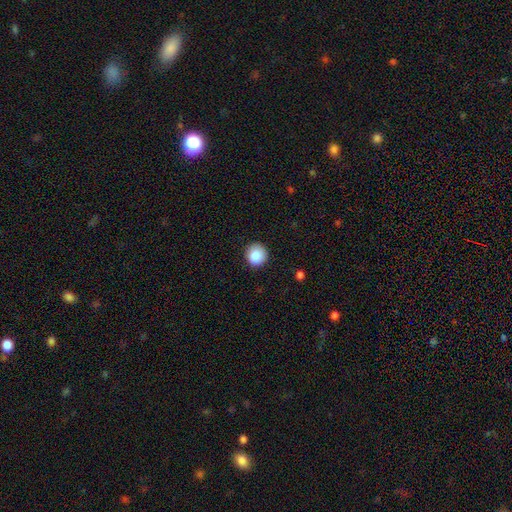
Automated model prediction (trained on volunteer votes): Smooth or featured?
  - smooth: 87% *
  - star or artifact: 9%
  - featured or disk: 5%
How rounded?
  - round: 93% *
  - in between: 6%
  - cigar-shaped: 1%
Merging?
  - none: 86% *
  - minor disturbance: 10%
  - major disturbance: 2%
  - merger: 1%